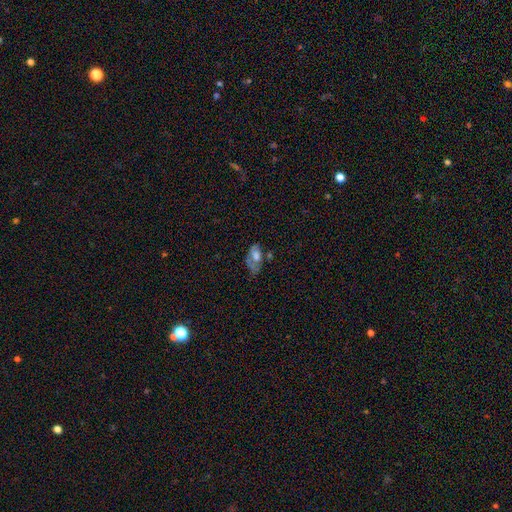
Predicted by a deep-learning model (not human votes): smooth_or_featured: smooth (p=0.55) [alt: featured or disk p=0.34]
how_rounded: in between (p=0.89) [alt: round p=0.07]
merging: none (p=0.36) [alt: minor disturbance p=0.30]